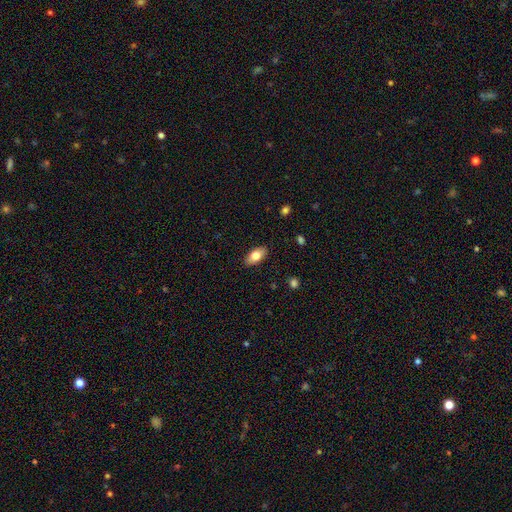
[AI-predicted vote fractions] Morphology: type=smooth (76%); roundness=in between (90%); merging=none (88%).